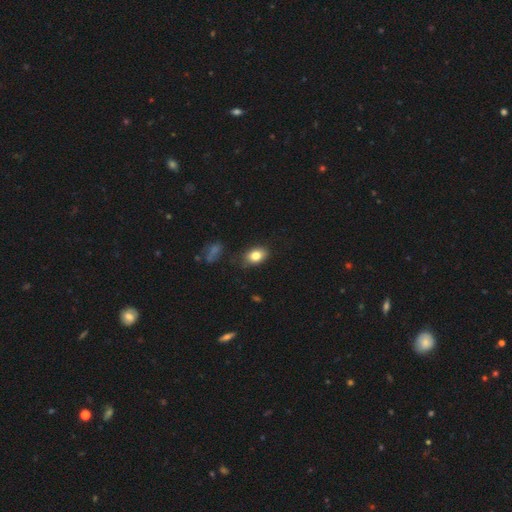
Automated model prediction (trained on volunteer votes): Smooth or featured?
  - smooth: 81% *
  - featured or disk: 10%
  - star or artifact: 9%
How rounded?
  - in between: 78% *
  - round: 21%
  - cigar-shaped: 1%
Merging?
  - none: 79% *
  - minor disturbance: 15%
  - major disturbance: 3%
  - merger: 2%